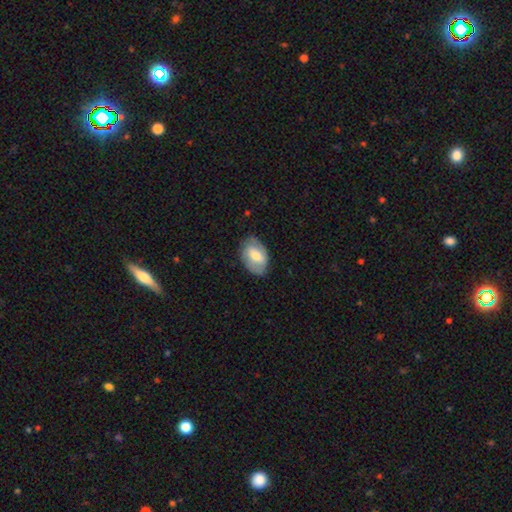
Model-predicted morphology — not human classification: smooth-or-featured: featured or disk: 47% | smooth: 46% | star or artifact: 6%
  merging: none: 73% | minor disturbance: 20% | major disturbance: 5% | merger: 1%